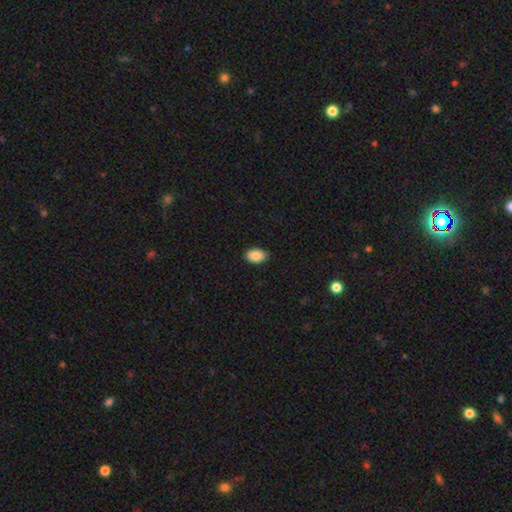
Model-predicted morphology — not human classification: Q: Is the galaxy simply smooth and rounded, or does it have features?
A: smooth — 88%.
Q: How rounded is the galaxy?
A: in between — 90%.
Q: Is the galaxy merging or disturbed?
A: none — 87%.